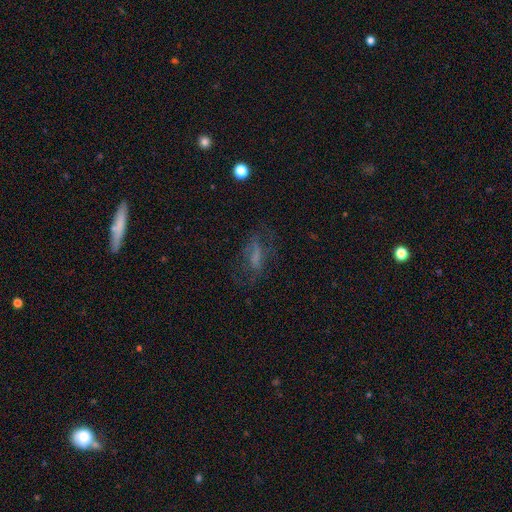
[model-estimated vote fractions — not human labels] smooth 44%, featured or disk 39%, star or artifact 17%. Down the decision tree: merging — none (54%).